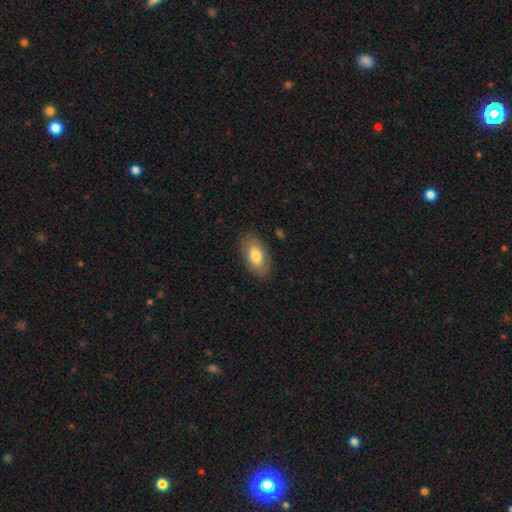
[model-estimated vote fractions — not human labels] This is likely a smooth galaxy (75%). How rounded: clearly in between (93%). Merging: clearly none (84%).